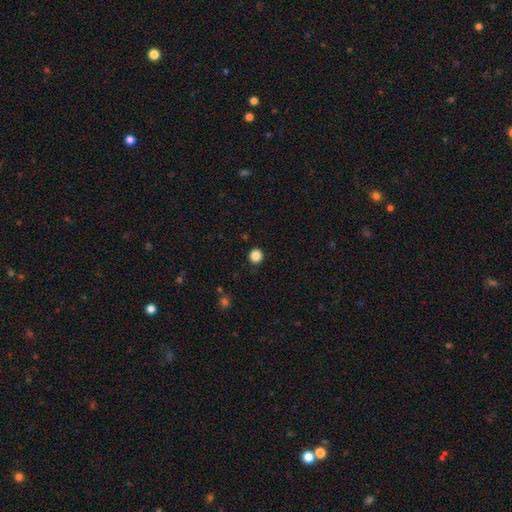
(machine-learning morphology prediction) smooth 86%, star or artifact 11%, featured or disk 3%. Down the decision tree: how rounded — round (94%); merging — none (92%).